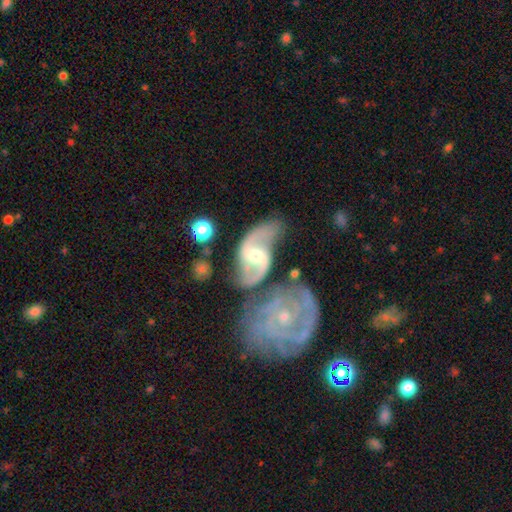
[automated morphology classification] featured or disk 84%, smooth 11%, star or artifact 5%. Down the decision tree: edge-on disk — no (96%); bar — weak (48%); spiral arms — yes (94%); spiral arm count — 2 (90%); spiral winding — loose (57%); bulge size — moderate (59%); merging — none (50%).